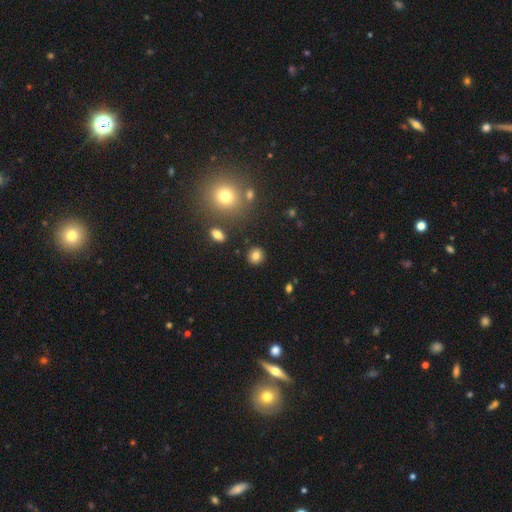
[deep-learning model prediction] Smooth or featured?
  - smooth: 82% *
  - star or artifact: 11%
  - featured or disk: 7%
How rounded?
  - round: 85% *
  - in between: 14%
  - cigar-shaped: 1%
Merging?
  - none: 89% *
  - minor disturbance: 7%
  - major disturbance: 2%
  - merger: 2%